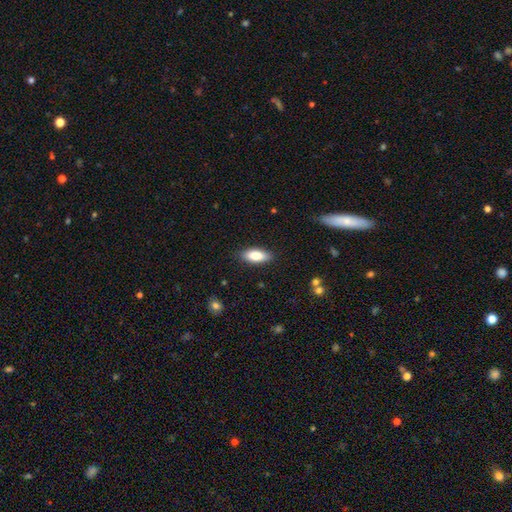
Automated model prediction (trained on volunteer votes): This appears to be a smooth galaxy with no disk features (83%) that is in between round and cigar-shaped (82%). Merging: none (87%).